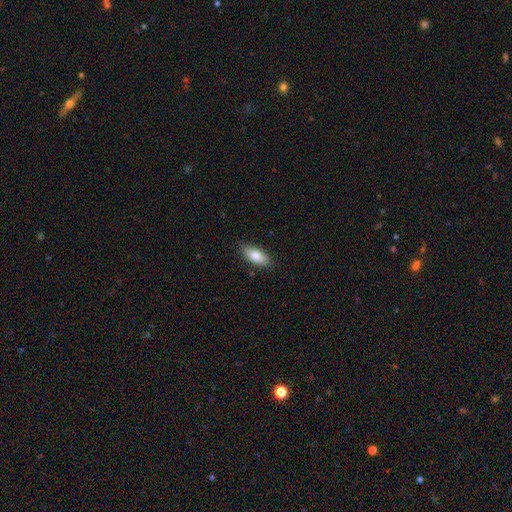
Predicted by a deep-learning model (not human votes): Morphology: type=smooth (81%); roundness=in between (87%); merging=none (85%).